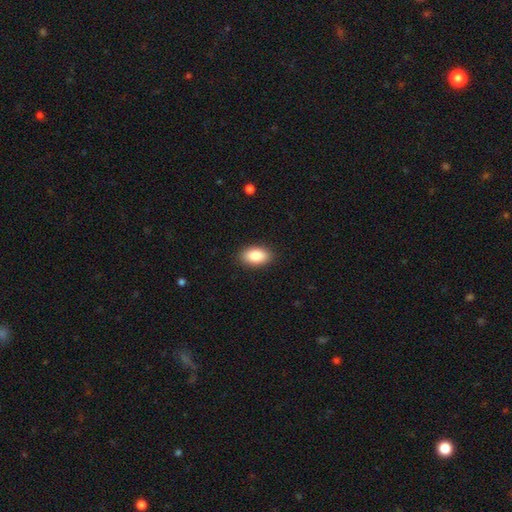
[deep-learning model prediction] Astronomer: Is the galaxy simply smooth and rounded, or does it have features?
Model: smooth — 87%.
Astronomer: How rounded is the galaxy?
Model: in between — 92%.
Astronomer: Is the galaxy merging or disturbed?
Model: none — 89%.